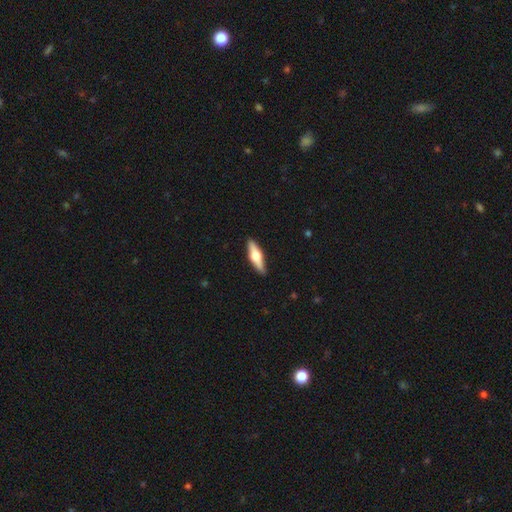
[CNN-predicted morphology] Smooth or featured?
  - featured or disk: 60% *
  - smooth: 35%
  - star or artifact: 5%
Edge-on disk?
  - yes: 96% *
  - no: 4%
Edge-on bulge?
  - rounded: 94% *
  - boxy: 4%
  - none: 2%
Merging?
  - none: 90% *
  - minor disturbance: 7%
  - major disturbance: 2%
  - merger: 1%